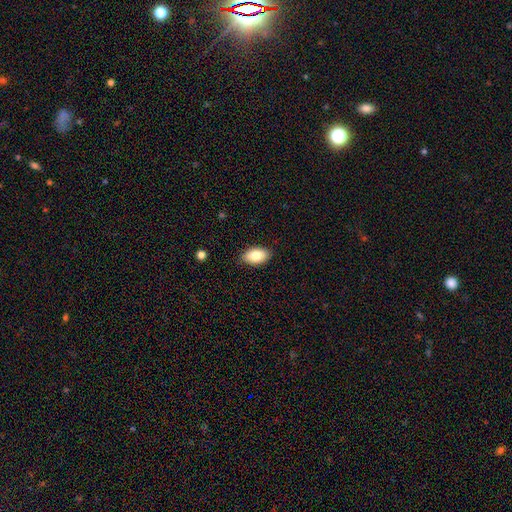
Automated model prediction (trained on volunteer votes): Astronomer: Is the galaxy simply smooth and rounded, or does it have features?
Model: smooth — 85%.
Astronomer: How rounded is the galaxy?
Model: in between — 94%.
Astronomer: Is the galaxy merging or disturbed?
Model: none — 86%.